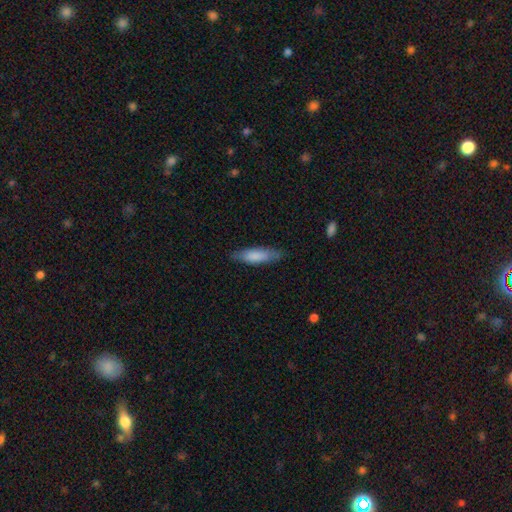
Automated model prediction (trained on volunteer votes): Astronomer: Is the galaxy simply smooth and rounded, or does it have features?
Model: smooth — 81%.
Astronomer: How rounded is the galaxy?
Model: cigar-shaped — 57% (runner-up: in between, 41%).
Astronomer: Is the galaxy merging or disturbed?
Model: none — 80%.